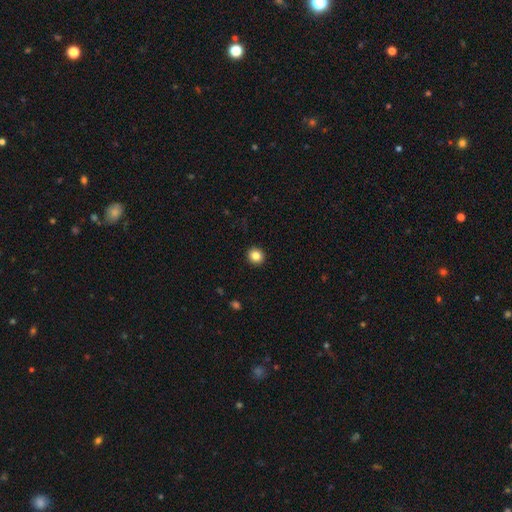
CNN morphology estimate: Q: Smooth or featured?
A: smooth (85%); runner-up: star or artifact (10%)
Q: How rounded?
A: round (86%); runner-up: in between (13%)
Q: Merging?
A: none (93%); runner-up: minor disturbance (5%)